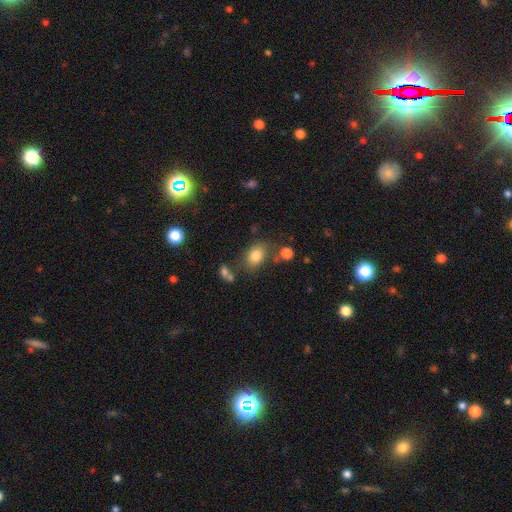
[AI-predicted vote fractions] Morphology: type=smooth (80%); roundness=in between (72%); merging=none (68%).